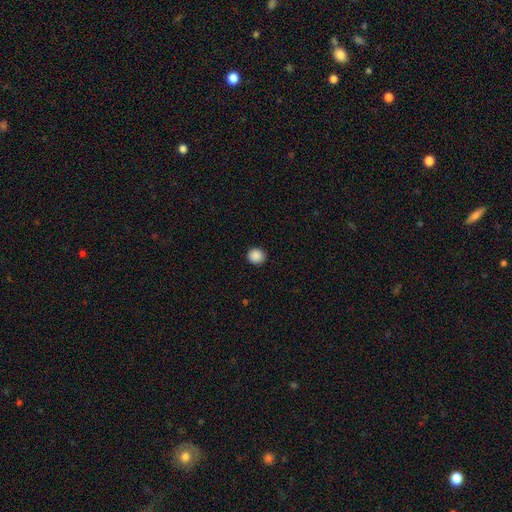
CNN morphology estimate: smooth-or-featured: smooth: 89% | star or artifact: 9% | featured or disk: 2%
  how-rounded: round: 92% | in between: 7% | cigar-shaped: 1%
  merging: none: 92% | minor disturbance: 5% | major disturbance: 2% | merger: 1%